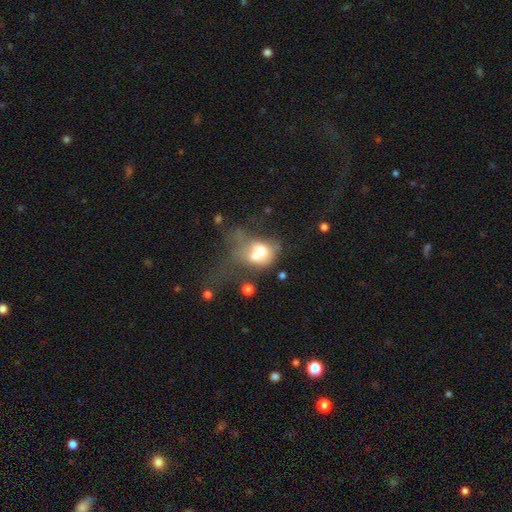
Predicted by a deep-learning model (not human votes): smooth-or-featured: smooth: 55% | featured or disk: 33% | star or artifact: 12%
  how-rounded: in between: 52% | round: 46% | cigar-shaped: 1%
  merging: merger: 59% | major disturbance: 21% | none: 12% | minor disturbance: 8%